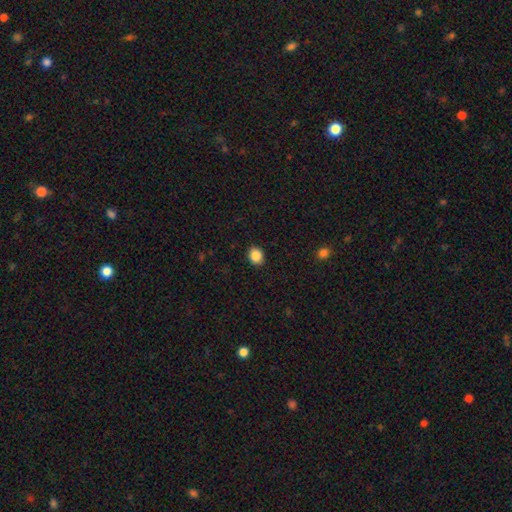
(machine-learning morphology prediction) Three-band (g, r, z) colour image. It shows a smooth galaxy with no disk features (87%) that is round (61%). Merging: none (90%).